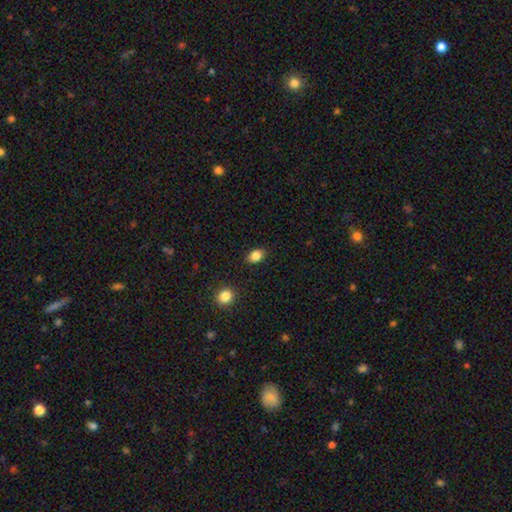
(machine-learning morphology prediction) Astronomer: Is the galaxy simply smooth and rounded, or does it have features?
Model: smooth — 85%.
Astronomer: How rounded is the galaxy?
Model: in between — 77%.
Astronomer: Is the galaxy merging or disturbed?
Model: none — 86%.